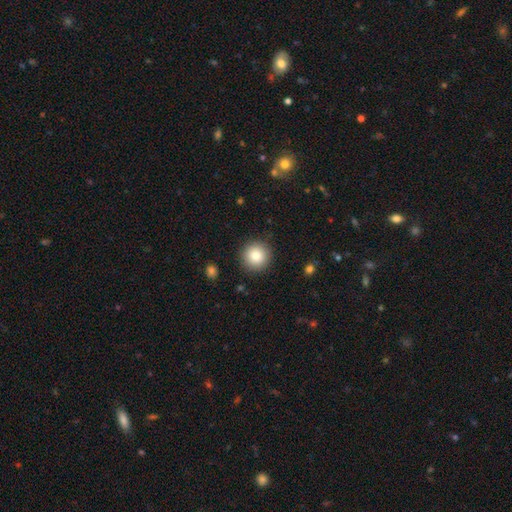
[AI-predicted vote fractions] Smooth or featured?
  - smooth: 82% *
  - star or artifact: 9%
  - featured or disk: 8%
How rounded?
  - round: 95% *
  - in between: 4%
  - cigar-shaped: 1%
Merging?
  - none: 91% *
  - minor disturbance: 6%
  - major disturbance: 2%
  - merger: 1%